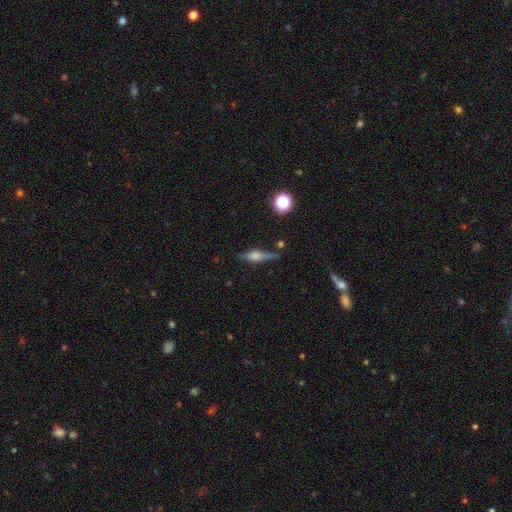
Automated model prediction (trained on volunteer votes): Morphology: type=featured or disk (70%); edge-on=yes (96%); edge-on bulge=rounded (83%); merging=none (79%).